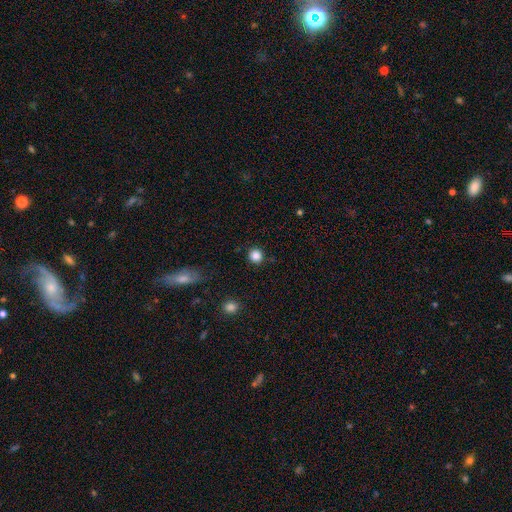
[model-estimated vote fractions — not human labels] Smooth or featured: smooth — 86% (star or artifact — 11%)
How rounded: round — 92% (in between — 7%)
Merging: none — 90% (minor disturbance — 6%)